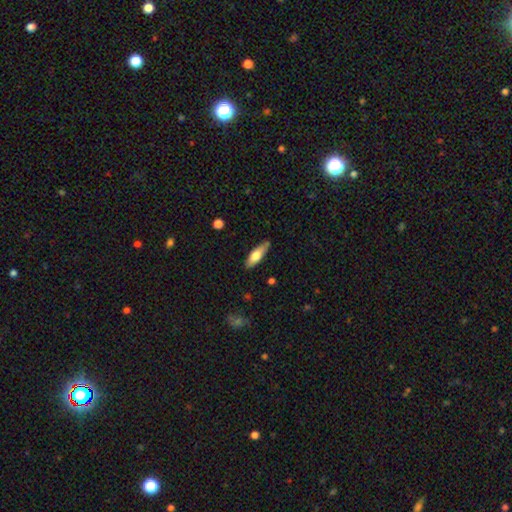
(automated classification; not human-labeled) Smooth or featured? Predicted: smooth (p=0.69). How rounded? Predicted: in between (p=0.55). Merging? Predicted: none (p=0.77).